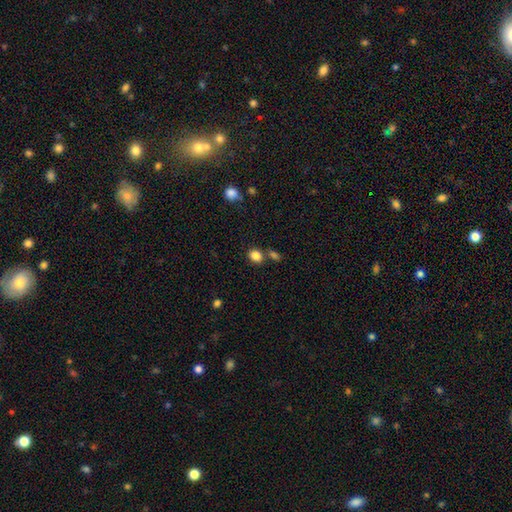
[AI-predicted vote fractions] Smooth or featured? smooth (85%)
How rounded? round (54%)
Merging? none (69%)